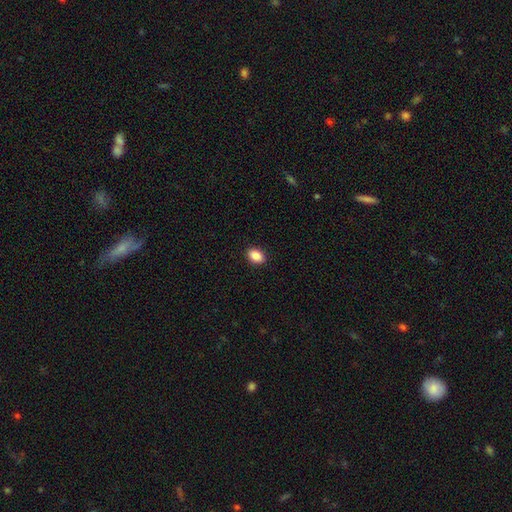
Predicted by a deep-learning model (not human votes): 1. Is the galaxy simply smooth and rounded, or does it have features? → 89% smooth, 8% star or artifact, 3% featured or disk.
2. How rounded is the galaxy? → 87% in between, 12% round, 2% cigar-shaped.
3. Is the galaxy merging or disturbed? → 90% none, 7% minor disturbance, 2% major disturbance, 1% merger.